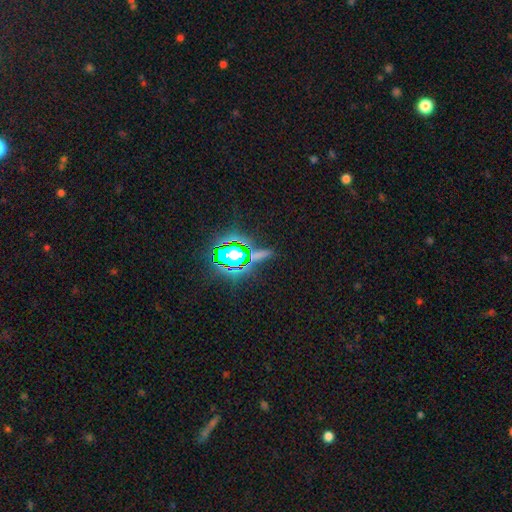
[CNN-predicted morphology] Q: Smooth or featured?
A: star or artifact (73%); runner-up: smooth (16%)